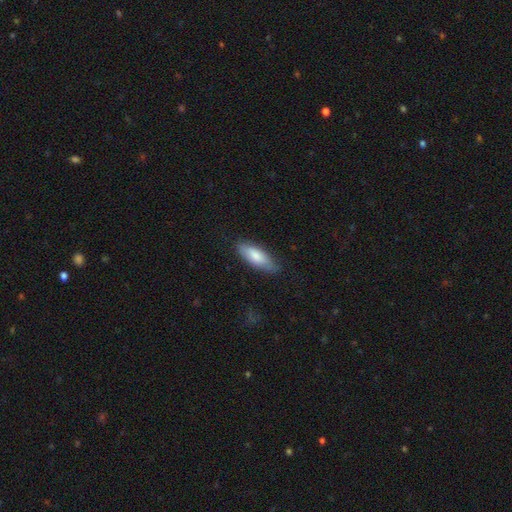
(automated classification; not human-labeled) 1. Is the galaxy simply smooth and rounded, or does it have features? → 80% smooth, 14% featured or disk, 5% star or artifact.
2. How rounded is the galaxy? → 66% in between, 32% cigar-shaped, 2% round.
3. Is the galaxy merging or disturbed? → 80% none, 16% minor disturbance, 3% major disturbance, 1% merger.